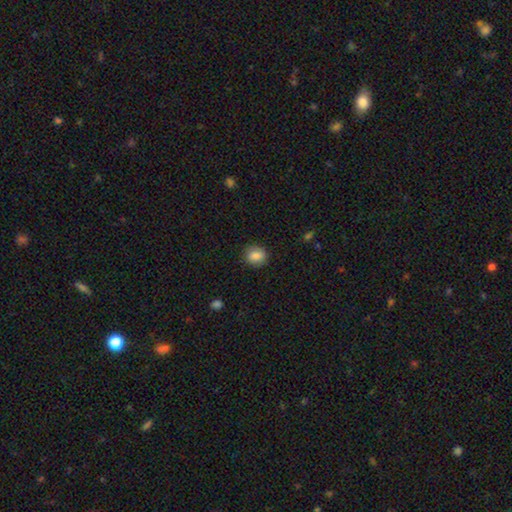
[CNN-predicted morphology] A smooth galaxy with no disk features (86%) that is round (70%).

Vote fractions:
- Smooth or featured? smooth: 86% / star or artifact: 9% / featured or disk: 5%
- How rounded? round: 70% / in between: 29% / cigar-shaped: 1%
- Merging? none: 85% / minor disturbance: 11% / major disturbance: 3% / merger: 1%